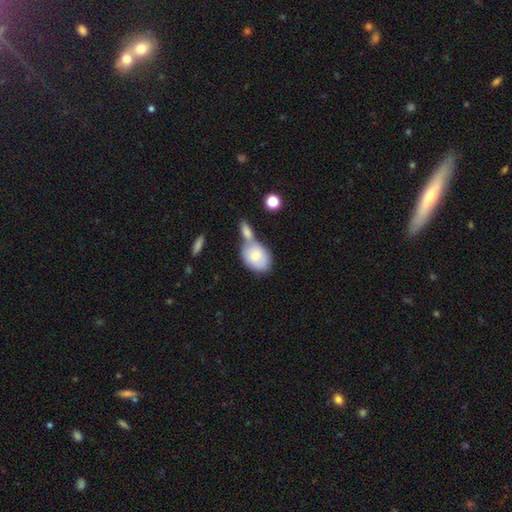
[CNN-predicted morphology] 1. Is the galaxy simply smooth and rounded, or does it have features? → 73% smooth, 20% featured or disk, 7% star or artifact.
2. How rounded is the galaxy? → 68% in between, 31% round, 2% cigar-shaped.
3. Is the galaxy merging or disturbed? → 46% merger, 36% none, 13% minor disturbance, 5% major disturbance.